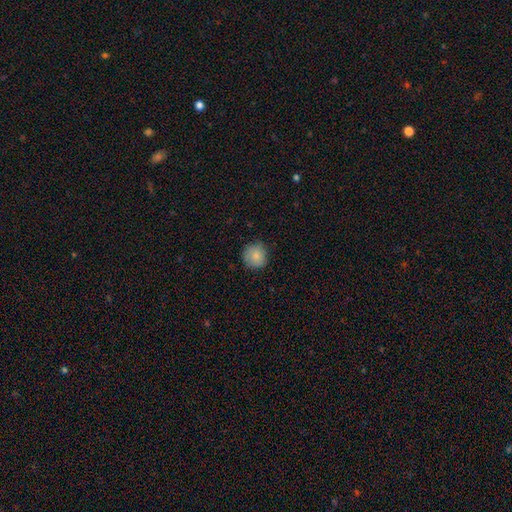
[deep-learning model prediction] smooth-or-featured: smooth: 84% | featured or disk: 8% | star or artifact: 8%
  how-rounded: round: 92% | in between: 7% | cigar-shaped: 1%
  merging: none: 82% | minor disturbance: 15% | major disturbance: 3% | merger: 1%